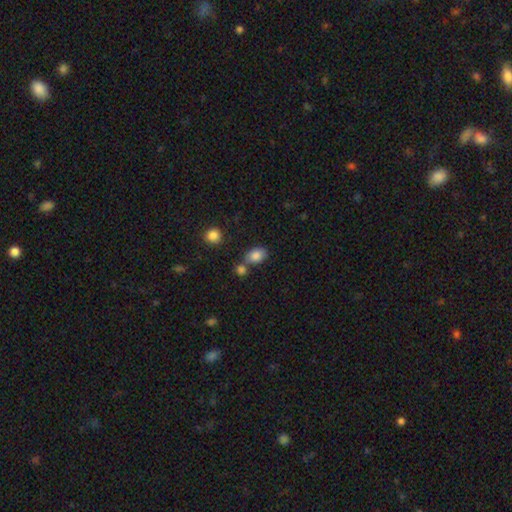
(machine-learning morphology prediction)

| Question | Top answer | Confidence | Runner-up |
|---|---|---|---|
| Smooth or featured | smooth | 84% | star or artifact (9%) |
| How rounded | in between | 77% | round (22%) |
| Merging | none | 57% | merger (25%) |